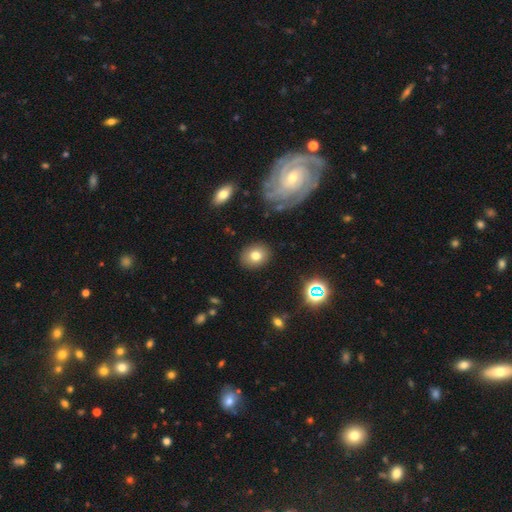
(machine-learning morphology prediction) type=smooth (77%); roundness=round (58%); merging=none (88%).